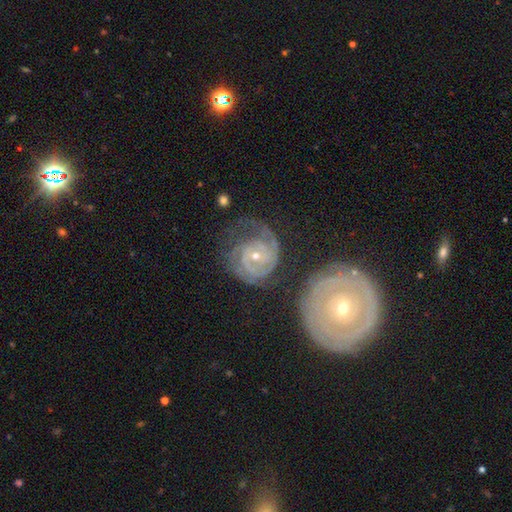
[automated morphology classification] smooth-or-featured: featured or disk: 88% | smooth: 6% | star or artifact: 5%
  disk-edge-on: no: 97% | yes: 3%
    bar: no: 58% | weak: 31% | strong: 11%
    has-spiral-arms: yes: 97% | no: 3%
      spiral-winding: tight: 72% | medium: 23% | loose: 5%
      spiral-arm-count: 2: 37% | 3: 25% | can't tell: 20% | 4: 7% | 1: 7% | more than 4: 5%
    bulge-size: small: 67% | moderate: 29% | none: 1% | large: 1% | dominant: 1%
  merging: none: 54% | minor disturbance: 19% | major disturbance: 15% | merger: 12%